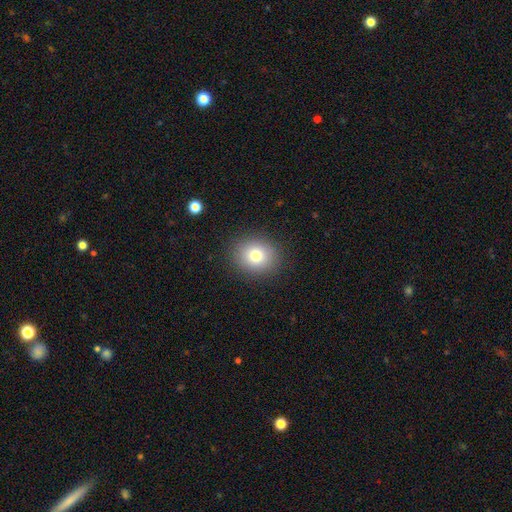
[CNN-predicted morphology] Smooth or featured? Predicted: smooth (p=0.78). How rounded? Predicted: round (p=0.72). Merging? Predicted: none (p=0.89).